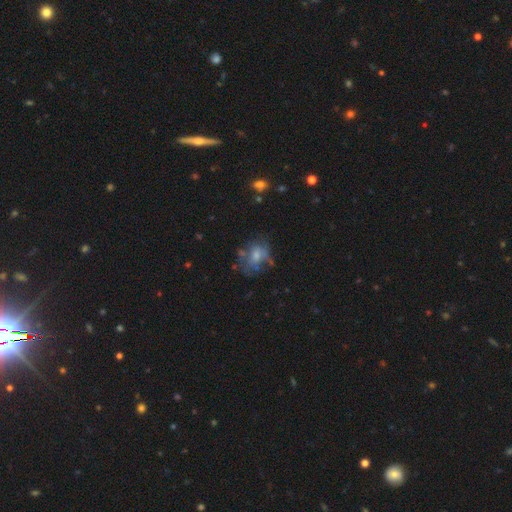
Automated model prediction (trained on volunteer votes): Q: Smooth or featured?
A: smooth (42%); tied with: featured or disk (42%)
Q: Merging?
A: none (53%); runner-up: minor disturbance (23%)